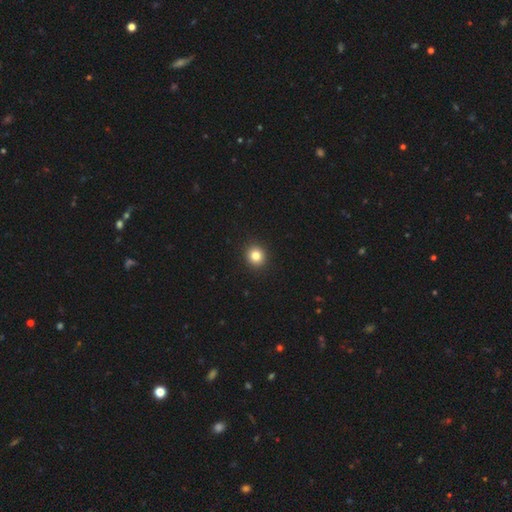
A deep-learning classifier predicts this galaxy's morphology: Smooth or featured? smooth (84%)
How rounded? round (86%)
Merging? none (93%)